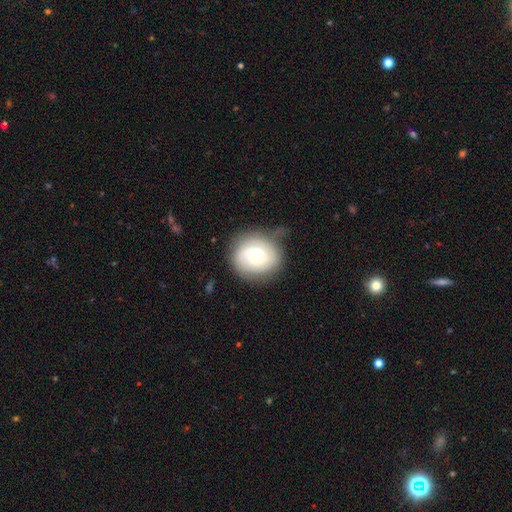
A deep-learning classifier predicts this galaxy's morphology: This is possibly a featured or disk galaxy (55%). It is clearly not viewed edge-on (97%). Bar: likely no (63%). Spiral arm pattern: likely yes (76%). Central bulge: likely moderate (70%). Merging: likely none (66%).